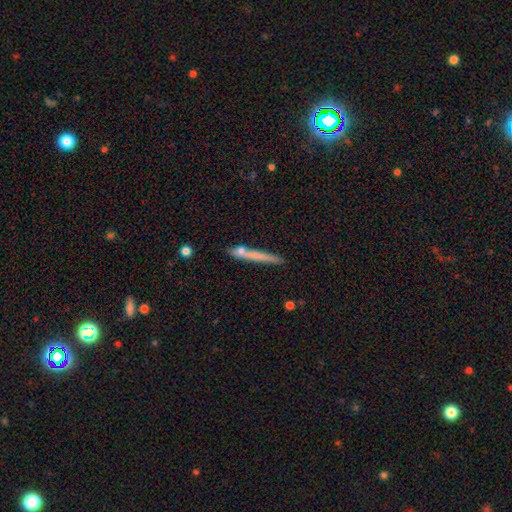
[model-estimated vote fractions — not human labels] Smooth or featured: smooth — 58% (featured or disk — 35%)
How rounded: cigar-shaped — 95% (in between — 3%)
Merging: none — 76% (minor disturbance — 13%)